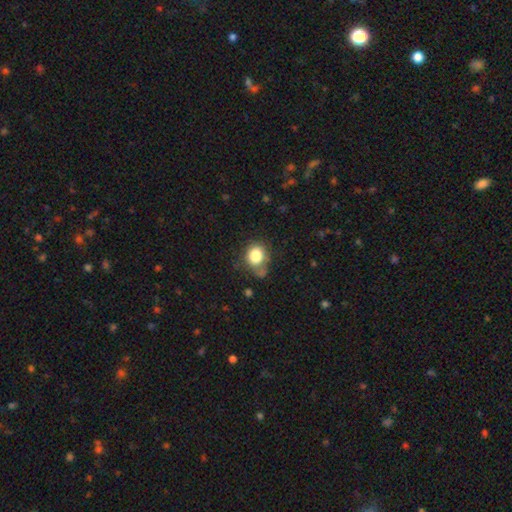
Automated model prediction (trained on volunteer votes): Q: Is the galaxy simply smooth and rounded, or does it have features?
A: smooth — 82%.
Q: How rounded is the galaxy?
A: round — 70%.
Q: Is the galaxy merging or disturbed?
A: none — 61%.